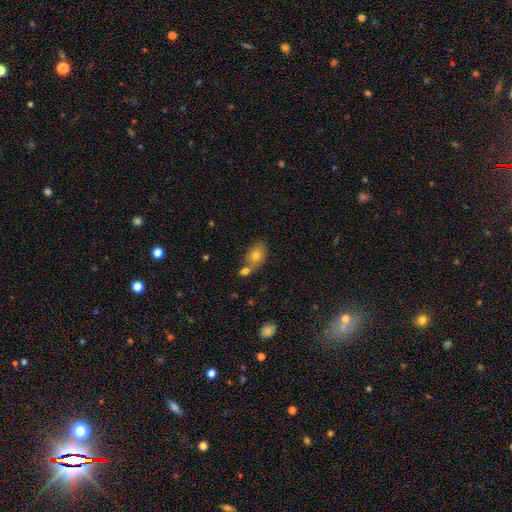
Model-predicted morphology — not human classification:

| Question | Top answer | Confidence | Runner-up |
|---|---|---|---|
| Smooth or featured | smooth | 77% | featured or disk (14%) |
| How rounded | in between | 77% | round (21%) |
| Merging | none | 50% | merger (33%) |